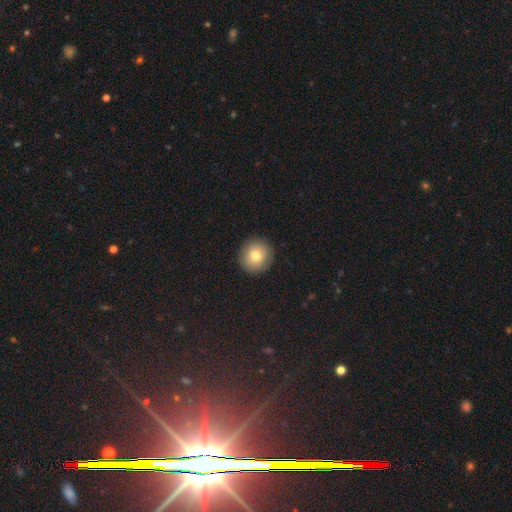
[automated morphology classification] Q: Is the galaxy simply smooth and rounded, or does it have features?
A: smooth — 79%.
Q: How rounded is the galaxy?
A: round — 94%.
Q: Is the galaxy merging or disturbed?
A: none — 91%.